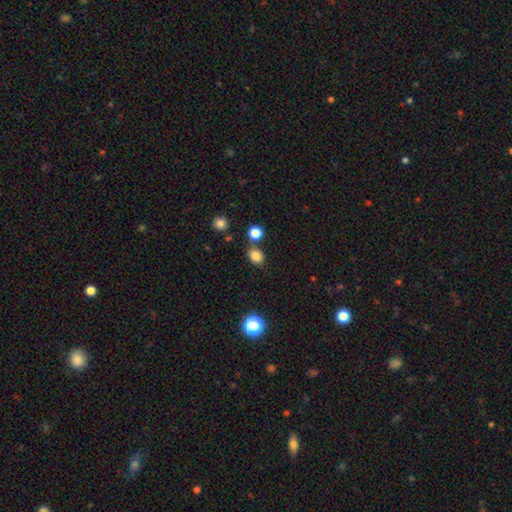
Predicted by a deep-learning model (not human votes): A smooth galaxy with no disk features (83%) that is in between round and cigar-shaped (54%). Merging: none (72%).